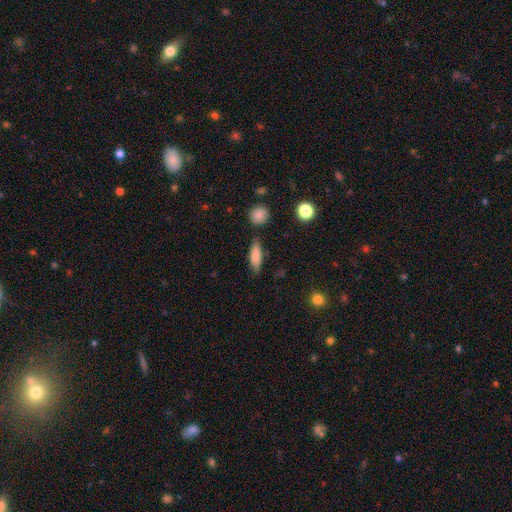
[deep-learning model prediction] The model was most divided on "how rounded": in between: 53%, cigar-shaped: 43%, round: 3%. More confident: smooth or featured — smooth (82%); merging — none (80%).